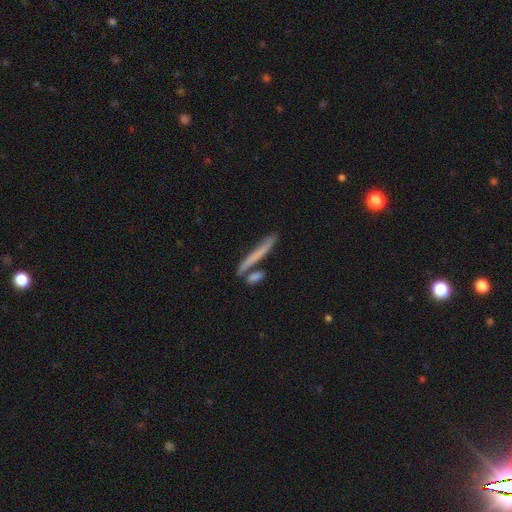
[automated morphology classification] This is possibly a smooth galaxy (58%). How rounded: clearly cigar-shaped (93%). Merging: likely none (66%).